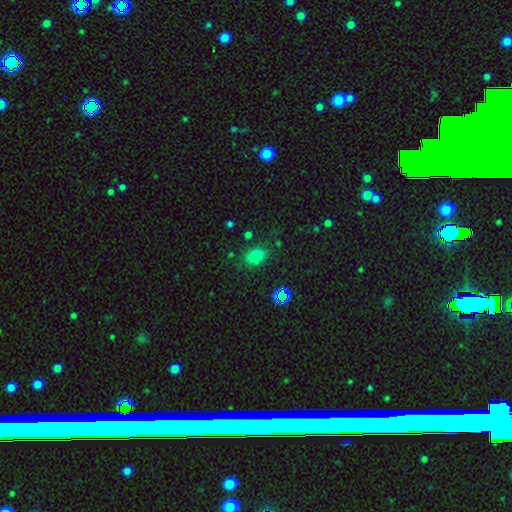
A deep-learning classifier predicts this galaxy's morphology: Smooth or featured? Predicted: smooth (p=0.72). How rounded? Predicted: in between (p=0.71). Merging? Predicted: none (p=0.76).